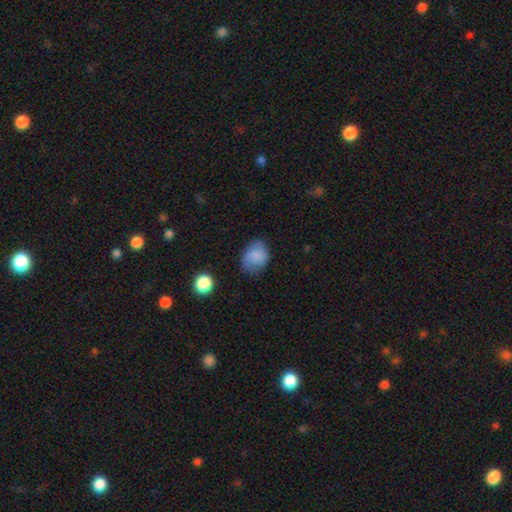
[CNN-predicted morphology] This is likely a smooth galaxy (79%). How rounded: possibly in between (59%). Merging: possibly none (60%).